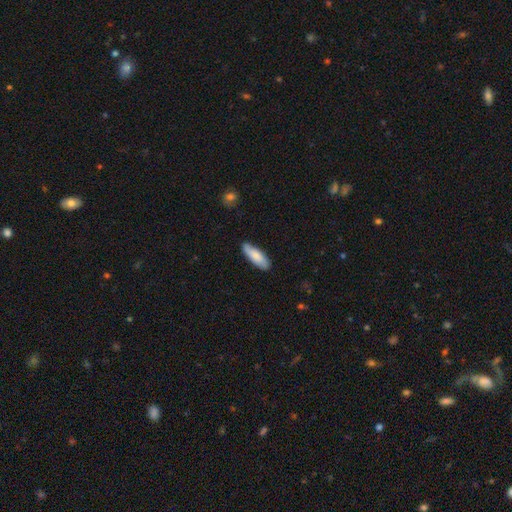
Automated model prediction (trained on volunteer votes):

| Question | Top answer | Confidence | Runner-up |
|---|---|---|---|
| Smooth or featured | smooth | 81% | featured or disk (14%) |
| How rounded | in between | 59% | cigar-shaped (39%) |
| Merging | none | 84% | minor disturbance (13%) |